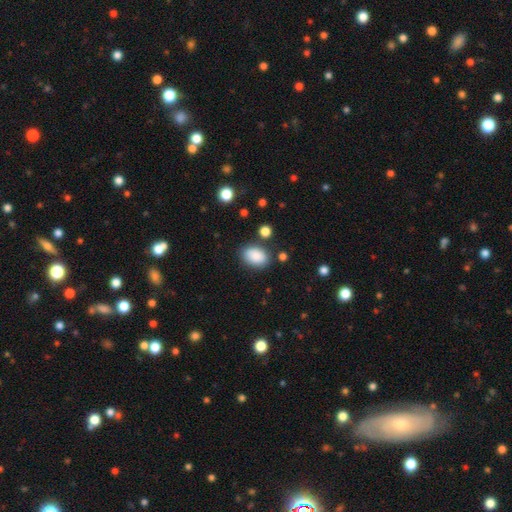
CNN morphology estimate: The model was most divided on "merging": none: 80%, minor disturbance: 13%, major disturbance: 4%, merger: 4%. More confident: smooth or featured — smooth (87%); how rounded — in between (84%).